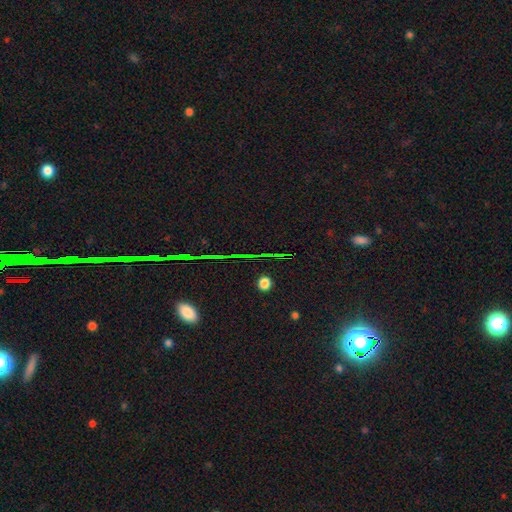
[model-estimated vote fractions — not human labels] A star or artifact, not a galaxy (83%).